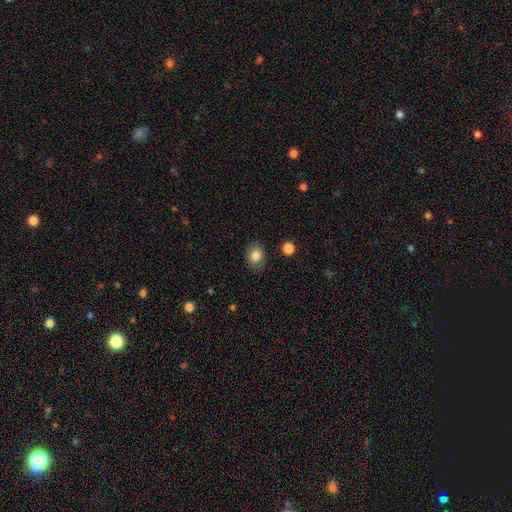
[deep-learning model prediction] smooth 83%, star or artifact 9%, featured or disk 7%. Down the decision tree: how rounded — in between (56%); merging — none (83%).